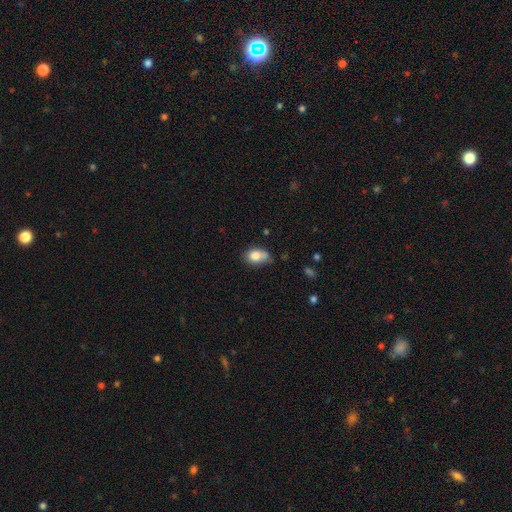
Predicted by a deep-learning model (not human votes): smooth-or-featured: smooth: 78% | featured or disk: 13% | star or artifact: 9%
  how-rounded: in between: 79% | round: 20% | cigar-shaped: 2%
  merging: none: 44% | minor disturbance: 37% | major disturbance: 10% | merger: 9%